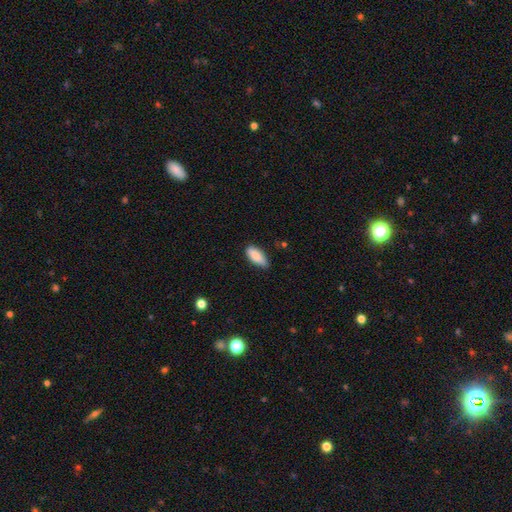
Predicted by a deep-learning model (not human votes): Smooth or featured? Predicted: smooth (p=0.85). How rounded? Predicted: in between (p=0.81). Merging? Predicted: none (p=0.71).